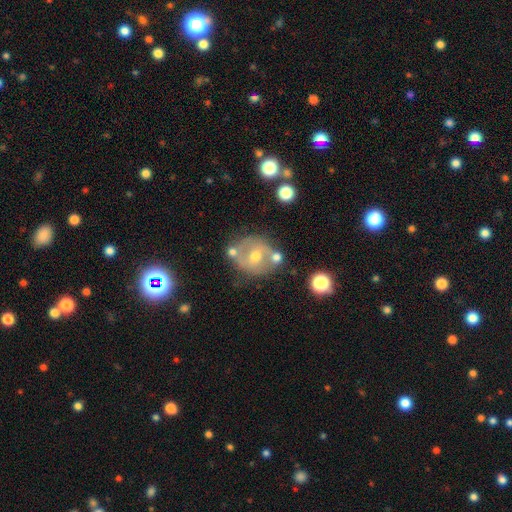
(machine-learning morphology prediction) The model was most divided on "bar": no: 46%, weak: 36%, strong: 18%. More confident: edge-on disk — no (95%); merging — none (64%); bulge size — moderate (62%); spiral arms — no (59%); smooth or featured — featured or disk (54%).